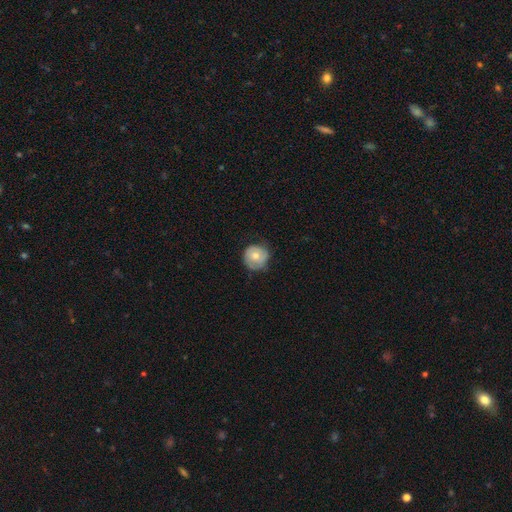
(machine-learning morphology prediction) The model was most divided on "smooth or featured": smooth: 65%, featured or disk: 28%, star or artifact: 7%. More confident: how rounded — round (91%); merging — none (67%).